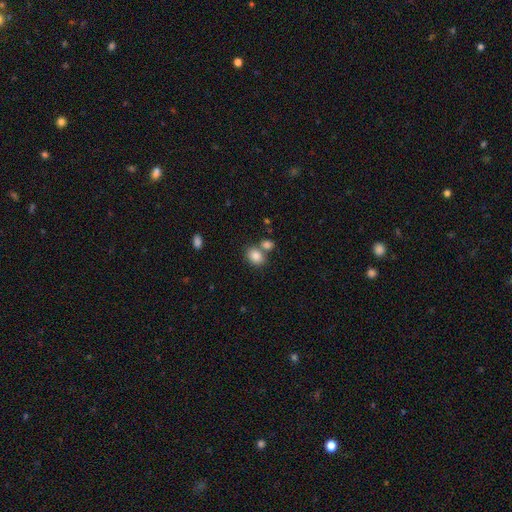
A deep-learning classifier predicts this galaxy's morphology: Q: Smooth or featured?
A: smooth (84%); runner-up: star or artifact (9%)
Q: How rounded?
A: in between (62%); runner-up: round (37%)
Q: Merging?
A: none (54%); runner-up: merger (31%)